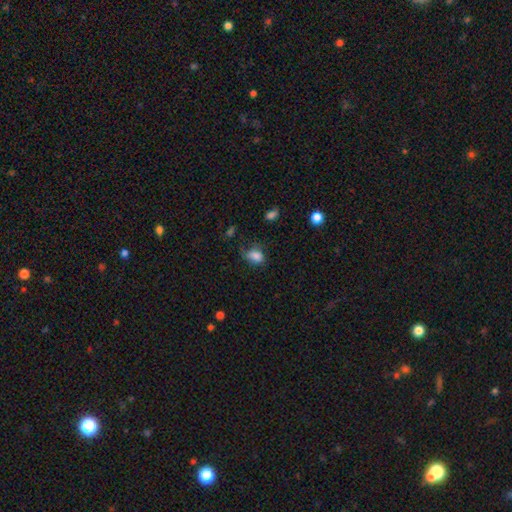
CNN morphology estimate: type=smooth (82%); roundness=in between (78%); merging=none (48%).